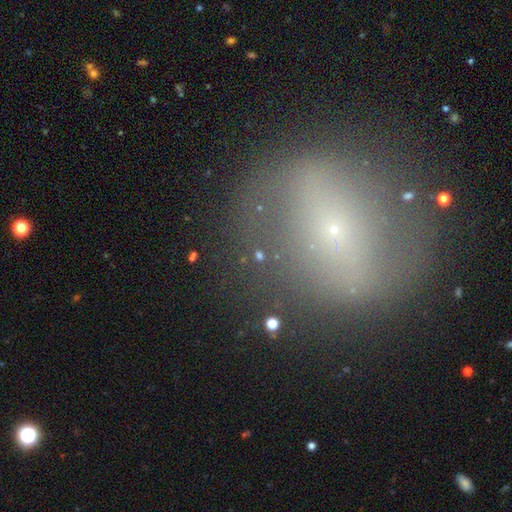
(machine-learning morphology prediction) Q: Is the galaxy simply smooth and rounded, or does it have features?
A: featured or disk — 45%.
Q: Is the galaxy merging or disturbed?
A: none — 74%.